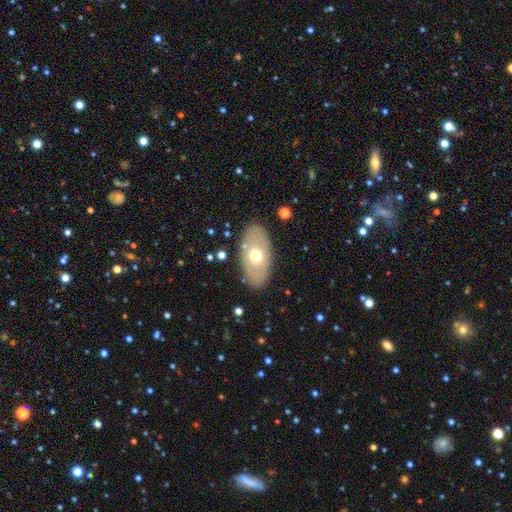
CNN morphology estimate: Smooth or featured? smooth (55%)
How rounded? in between (91%)
Merging? none (84%)